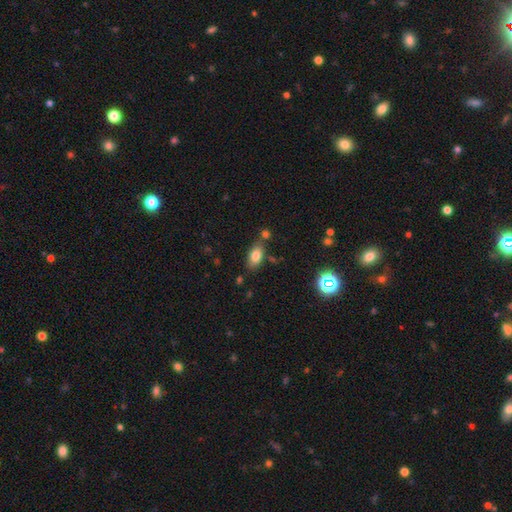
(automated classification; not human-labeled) Smooth or featured? Predicted: smooth (p=0.80). How rounded? Predicted: in between (p=0.88). Merging? Predicted: none (p=0.68).